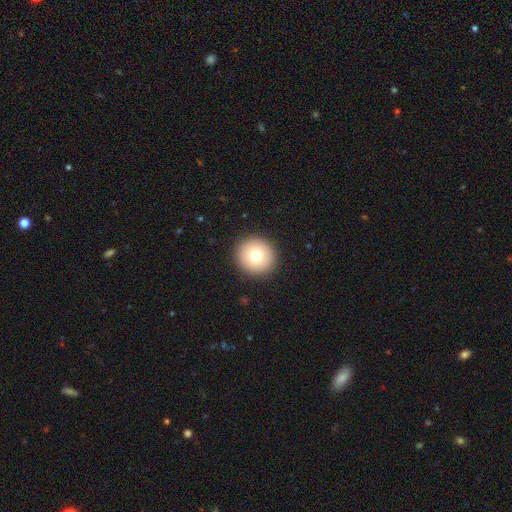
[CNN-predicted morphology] A smooth galaxy with no disk features (75%) that is round (94%). Merging: none (93%).